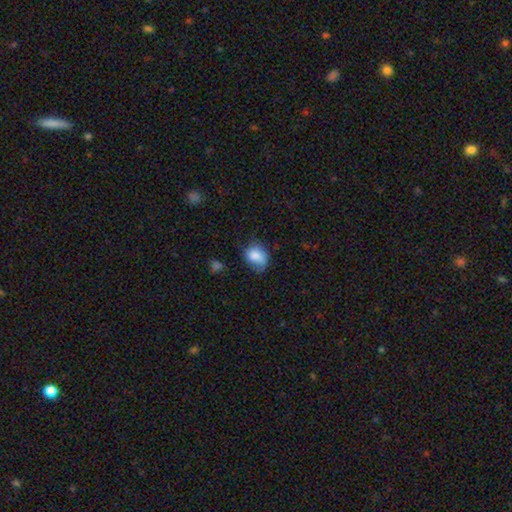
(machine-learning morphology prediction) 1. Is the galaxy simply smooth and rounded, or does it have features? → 78% smooth, 14% featured or disk, 8% star or artifact.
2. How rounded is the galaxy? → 53% in between, 46% round, 1% cigar-shaped.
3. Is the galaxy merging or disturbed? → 45% none, 35% minor disturbance, 17% major disturbance, 3% merger.